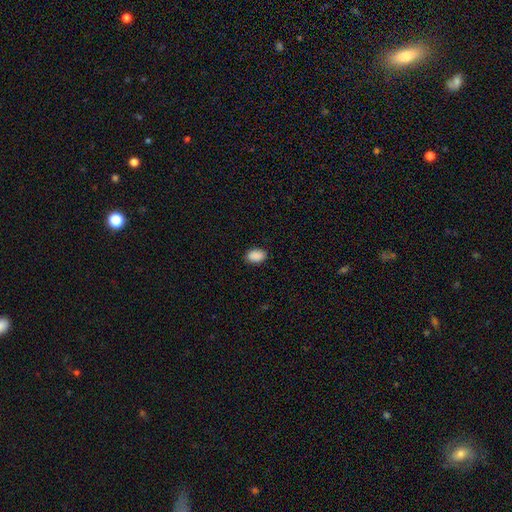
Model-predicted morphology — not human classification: A smooth galaxy with no disk features (90%) that is in between round and cigar-shaped (87%).

Vote fractions:
- Smooth or featured? smooth: 90% / star or artifact: 7% / featured or disk: 3%
- How rounded? in between: 87% / round: 12% / cigar-shaped: 1%
- Merging? none: 87% / minor disturbance: 10% / major disturbance: 2% / merger: 1%